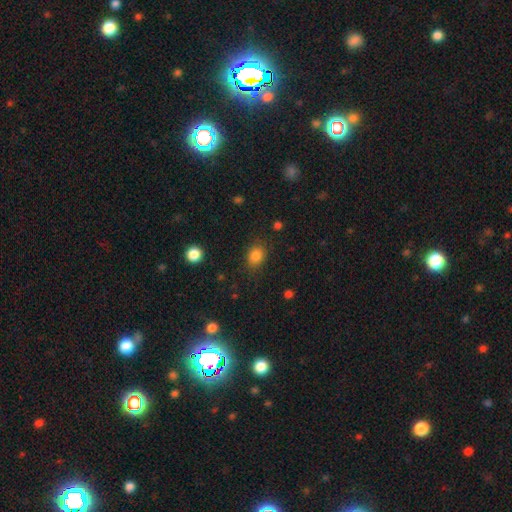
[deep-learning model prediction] smooth_or_featured: smooth (p=0.84) [alt: star or artifact p=0.11]
how_rounded: in between (p=0.58) [alt: round p=0.41]
merging: none (p=0.81) [alt: minor disturbance p=0.13]